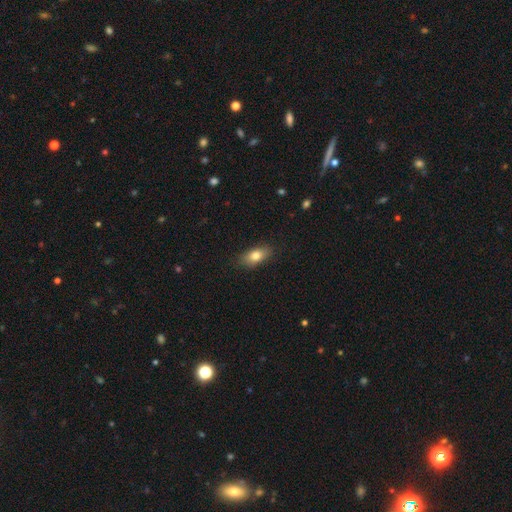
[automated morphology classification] Smooth or featured: smooth — 79% (featured or disk — 13%)
How rounded: in between — 85% (cigar-shaped — 8%)
Merging: none — 84% (minor disturbance — 12%)